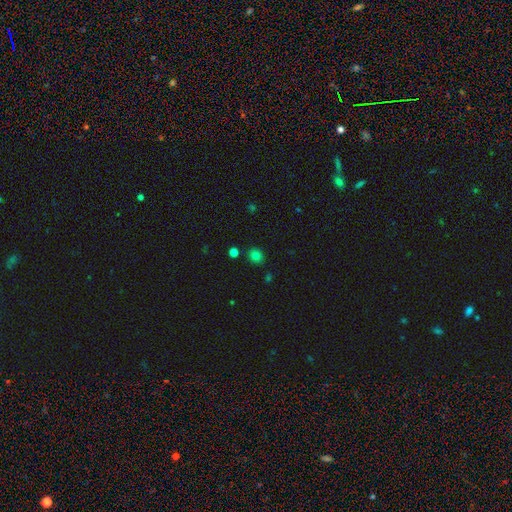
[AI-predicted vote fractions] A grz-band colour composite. It shows a smooth galaxy with no disk features (79%) that is round (76%). Merging: none (86%).